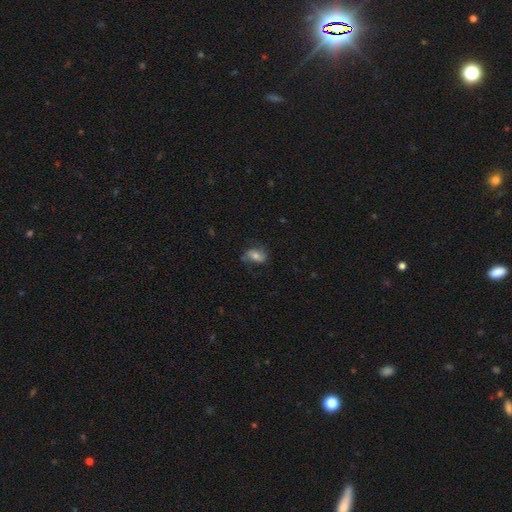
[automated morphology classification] Q: Smooth or featured?
A: smooth (61%); runner-up: featured or disk (30%)
Q: How rounded?
A: in between (80%); runner-up: round (18%)
Q: Merging?
A: none (61%); runner-up: minor disturbance (26%)